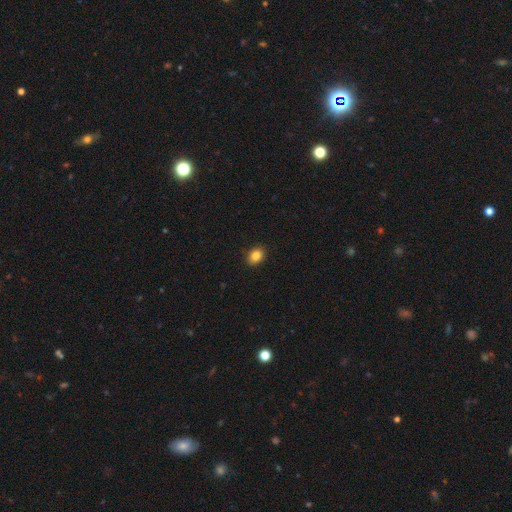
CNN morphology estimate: smooth_or_featured: smooth (p=0.85) [alt: star or artifact p=0.10]
how_rounded: in between (p=0.62) [alt: round p=0.37]
merging: none (p=0.91) [alt: minor disturbance p=0.07]